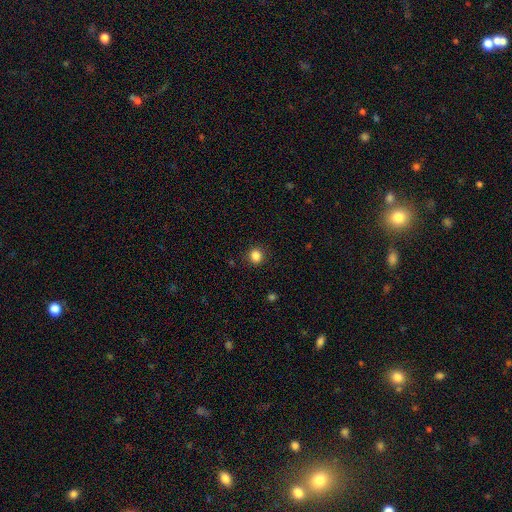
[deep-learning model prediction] Morphology: type=smooth (85%); roundness=round (86%); merging=none (90%).